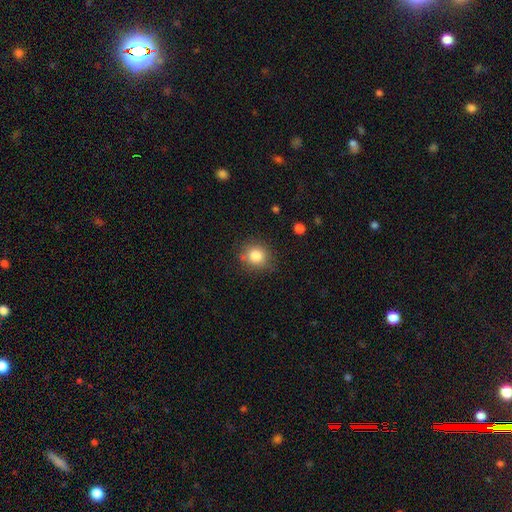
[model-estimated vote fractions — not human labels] A smooth galaxy with no disk features (83%) that is round (82%).

Vote fractions:
- Smooth or featured? smooth: 83% / star or artifact: 10% / featured or disk: 7%
- How rounded? round: 82% / in between: 17% / cigar-shaped: 1%
- Merging? none: 79% / minor disturbance: 15% / major disturbance: 4% / merger: 2%